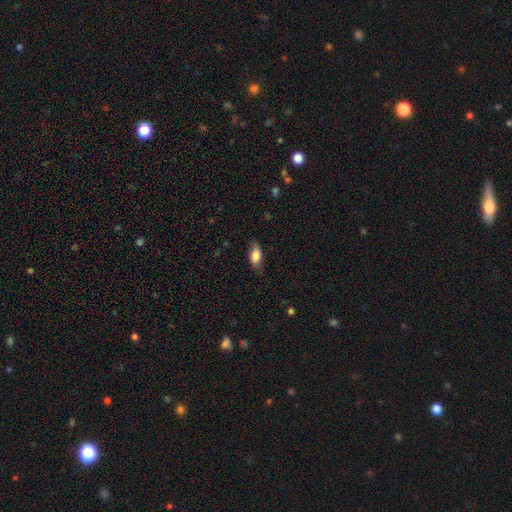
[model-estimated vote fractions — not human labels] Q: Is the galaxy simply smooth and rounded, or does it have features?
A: smooth — 78%.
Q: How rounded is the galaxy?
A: in between — 83%.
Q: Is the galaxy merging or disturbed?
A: none — 74%.